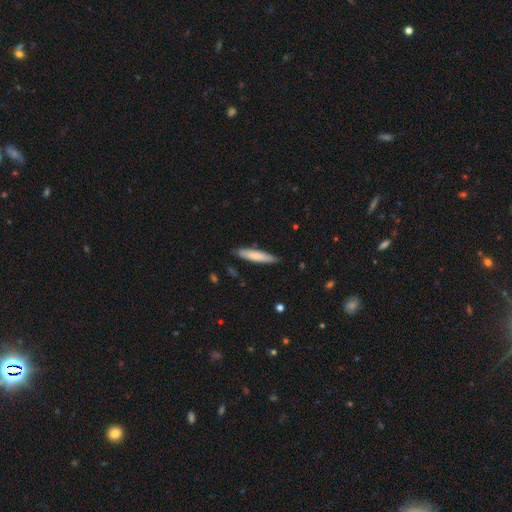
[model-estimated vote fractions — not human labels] smooth 74%, featured or disk 21%, star or artifact 5%. Down the decision tree: how rounded — cigar-shaped (85%); merging — none (84%).